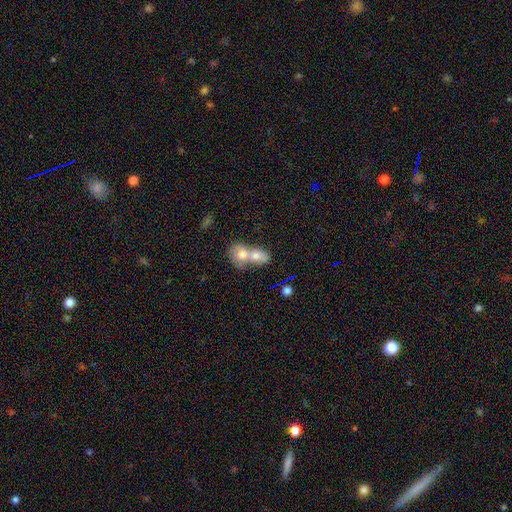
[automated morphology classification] Q: Smooth or featured?
A: smooth (73%); runner-up: featured or disk (20%)
Q: How rounded?
A: in between (59%); runner-up: round (38%)
Q: Merging?
A: merger (80%); runner-up: none (12%)